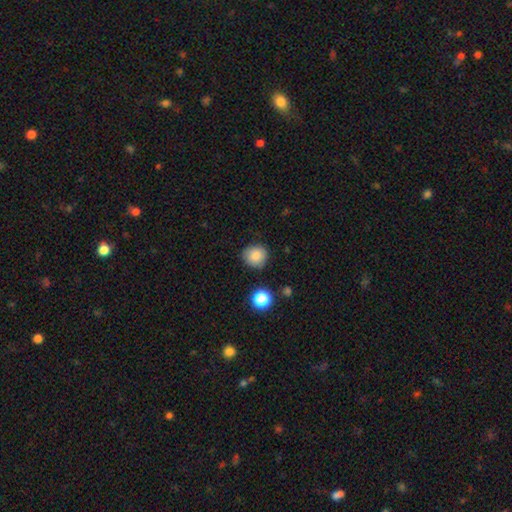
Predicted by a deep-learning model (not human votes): Morphology: type=smooth (84%); roundness=round (88%); merging=none (84%).